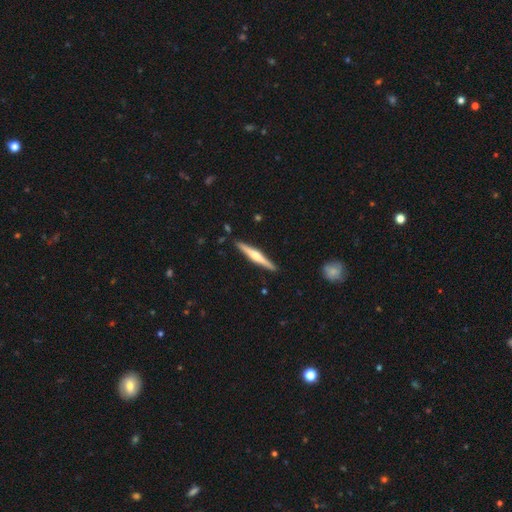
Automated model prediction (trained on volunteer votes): featured or disk 66%, smooth 29%, star or artifact 5%. Down the decision tree: edge-on disk — yes (98%); edge-on bulge — rounded (81%); merging — none (91%).